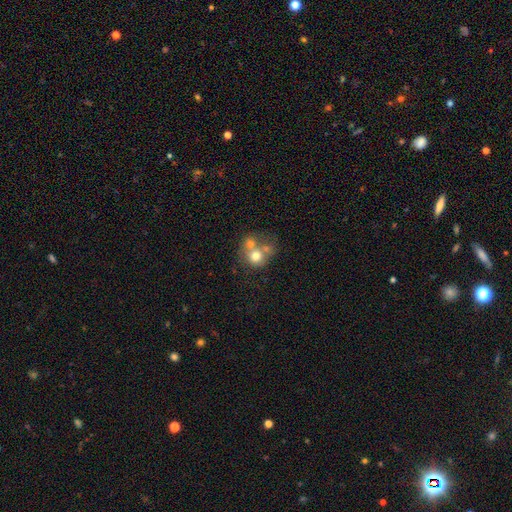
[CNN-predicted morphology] smooth-or-featured: smooth: 65% | featured or disk: 24% | star or artifact: 11%
  how-rounded: round: 75% | in between: 24% | cigar-shaped: 1%
  merging: merger: 60% | none: 26% | minor disturbance: 8% | major disturbance: 6%